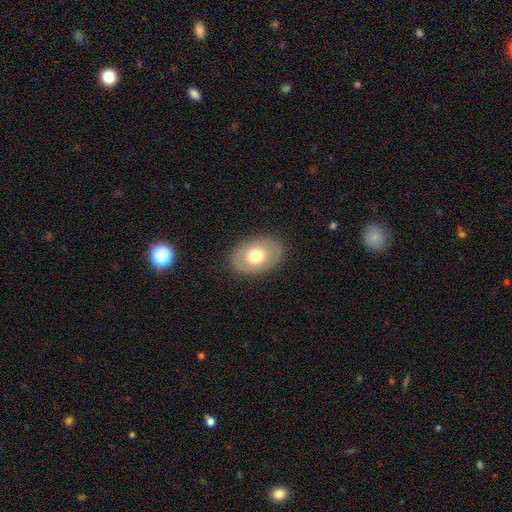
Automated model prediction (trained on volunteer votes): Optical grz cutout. It shows a smooth galaxy with no disk features (64%) that is in between round and cigar-shaped (79%). Merging: none (85%).